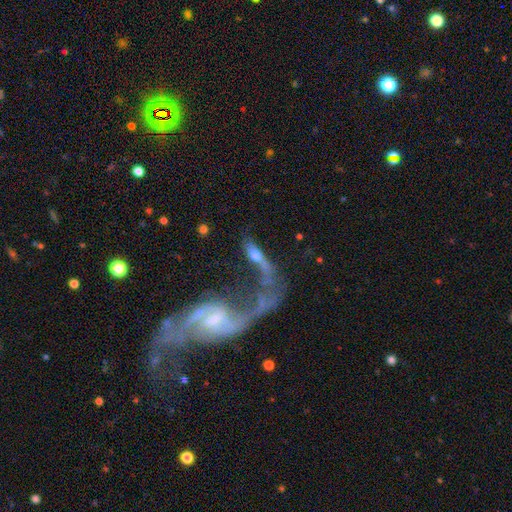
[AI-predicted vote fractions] Smooth or featured?
  - featured or disk: 61% *
  - smooth: 28%
  - star or artifact: 10%
Edge-on disk?
  - no: 69% *
  - yes: 31%
Merging?
  - merger: 45% *
  - major disturbance: 24%
  - none: 19%
  - minor disturbance: 11%